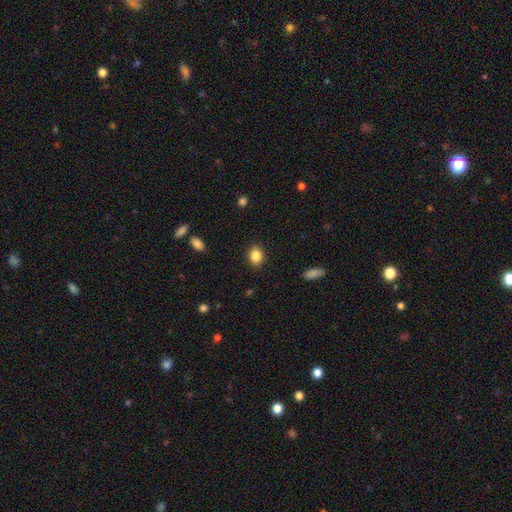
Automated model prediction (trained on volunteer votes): smooth_or_featured: smooth (p=0.86) [alt: star or artifact p=0.09]
how_rounded: in between (p=0.53) [alt: round p=0.46]
merging: none (p=0.88) [alt: minor disturbance p=0.09]